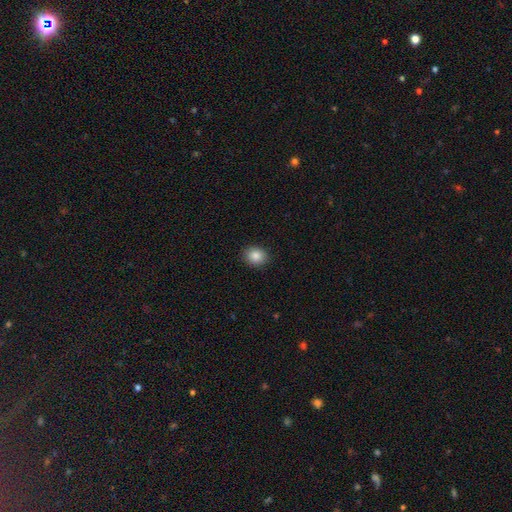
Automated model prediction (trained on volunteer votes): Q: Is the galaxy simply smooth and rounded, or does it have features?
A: smooth — 86%.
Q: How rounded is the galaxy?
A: round — 62%.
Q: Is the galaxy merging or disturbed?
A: none — 90%.